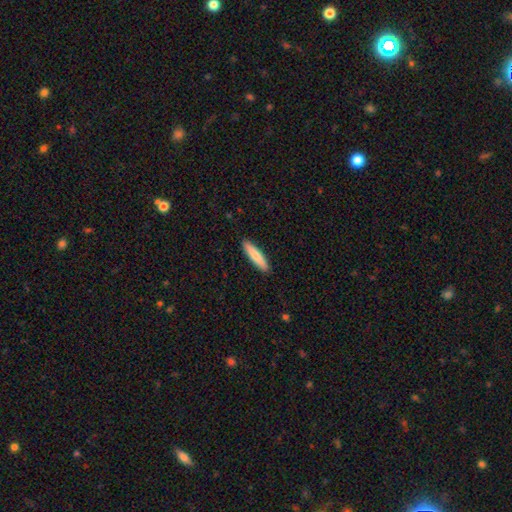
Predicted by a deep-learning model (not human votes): Smooth or featured? Predicted: smooth (p=0.80). How rounded? Predicted: cigar-shaped (p=0.86). Merging? Predicted: none (p=0.91).